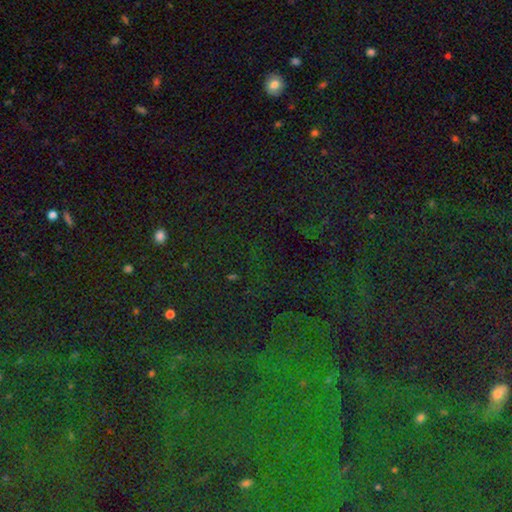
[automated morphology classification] type=star or artifact (81%).